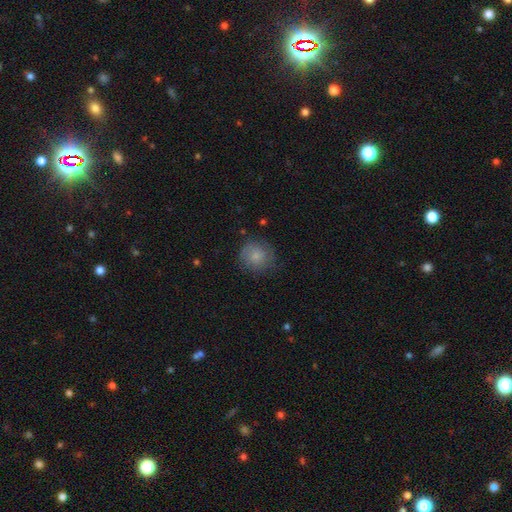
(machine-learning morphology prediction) type=smooth (79%); roundness=round (88%); merging=none (74%).